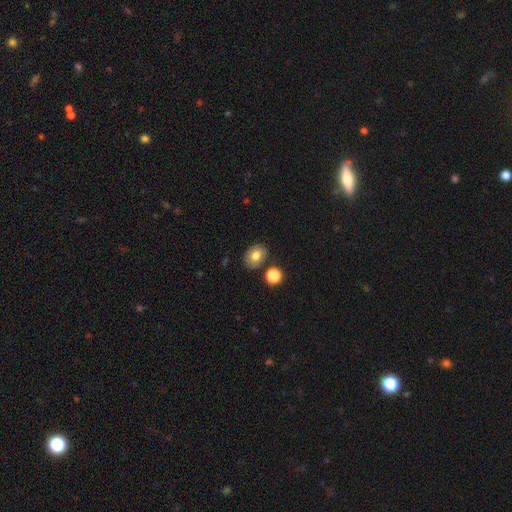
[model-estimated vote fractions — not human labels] smooth-or-featured: smooth: 78% | featured or disk: 12% | star or artifact: 10%
  how-rounded: in between: 63% | round: 36% | cigar-shaped: 1%
  merging: none: 80% | minor disturbance: 11% | merger: 6% | major disturbance: 3%